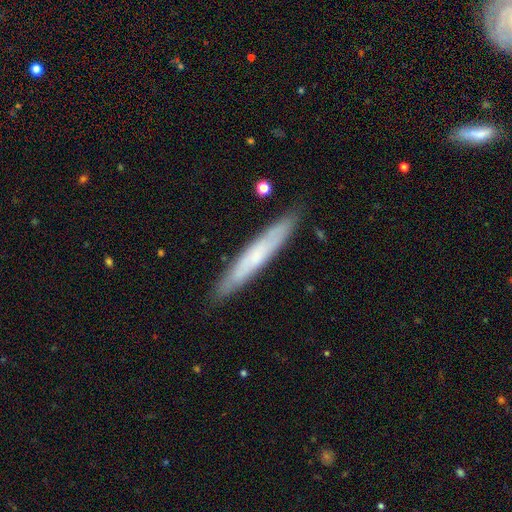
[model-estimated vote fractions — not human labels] smooth_or_featured: smooth (p=0.52) [alt: featured or disk p=0.42]
how_rounded: cigar-shaped (p=0.94) [alt: in between p=0.04]
merging: none (p=0.88) [alt: minor disturbance p=0.09]